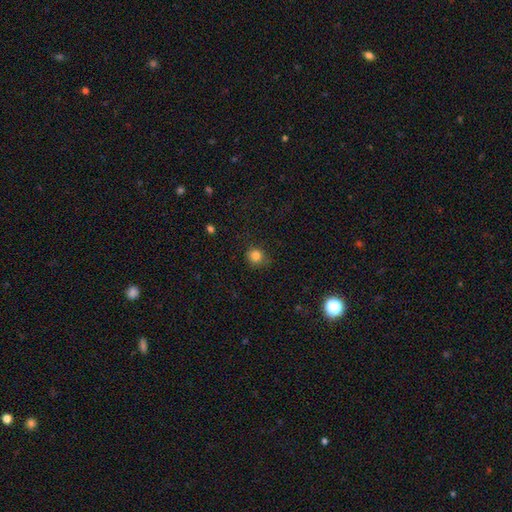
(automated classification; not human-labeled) A smooth galaxy with no disk features (82%) that is round (83%).

Vote fractions:
- Smooth or featured? smooth: 82% / star or artifact: 12% / featured or disk: 5%
- How rounded? round: 83% / in between: 16% / cigar-shaped: 1%
- Merging? none: 74% / minor disturbance: 20% / major disturbance: 5% / merger: 1%